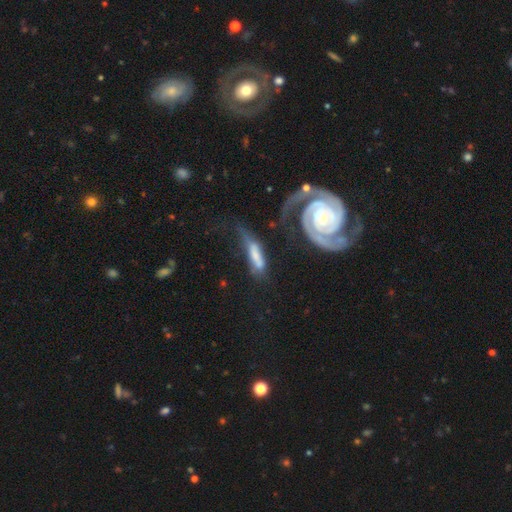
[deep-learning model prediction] featured or disk 49%, smooth 43%, star or artifact 8%. Down the decision tree: merging — none (32%).